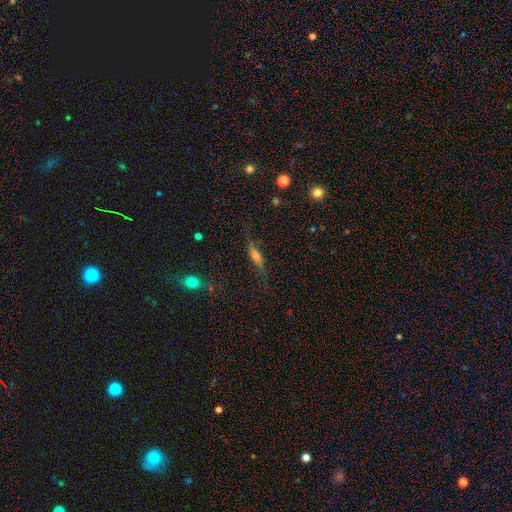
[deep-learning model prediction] smooth_or_featured: featured or disk (p=0.58) [alt: smooth p=0.30]
disk_edge_on: yes (p=0.74) [alt: no p=0.26]
merging: none (p=0.67) [alt: minor disturbance p=0.20]